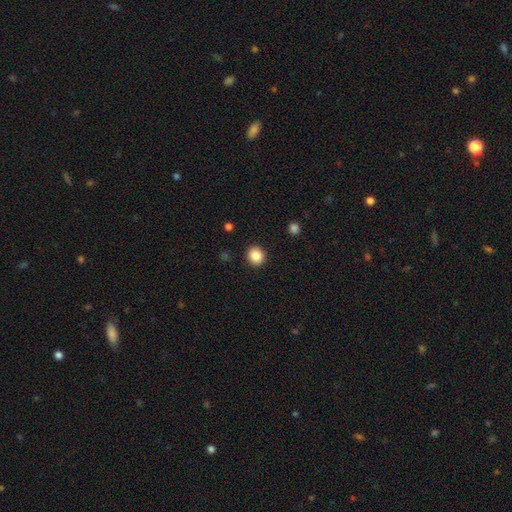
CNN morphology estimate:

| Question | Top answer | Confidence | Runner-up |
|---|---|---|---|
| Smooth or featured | smooth | 86% | star or artifact (9%) |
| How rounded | round | 82% | in between (17%) |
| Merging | none | 91% | minor disturbance (6%) |